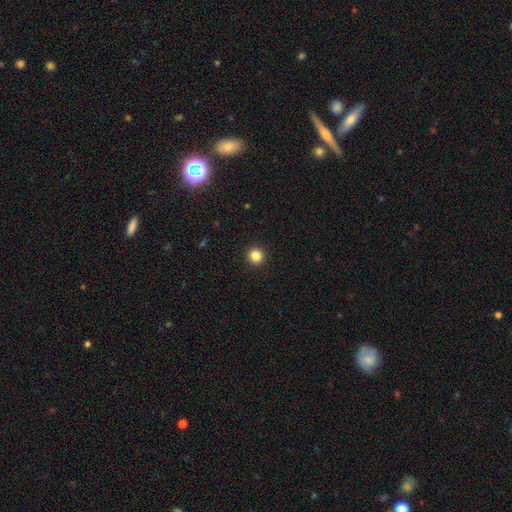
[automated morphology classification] Q: Smooth or featured?
A: smooth (85%); runner-up: star or artifact (11%)
Q: How rounded?
A: round (96%); runner-up: in between (3%)
Q: Merging?
A: none (94%); runner-up: minor disturbance (4%)